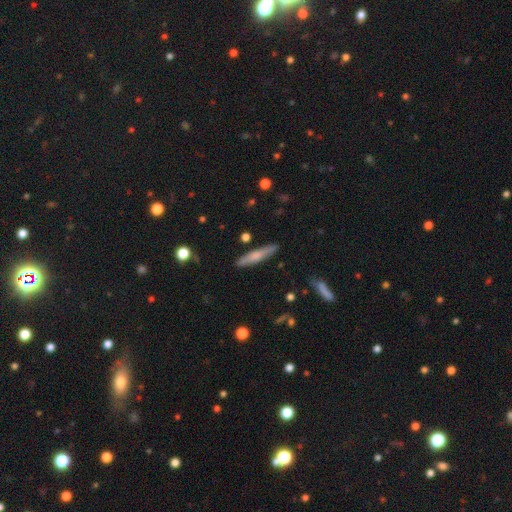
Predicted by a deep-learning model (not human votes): Smooth or featured? smooth (61%)
How rounded? cigar-shaped (89%)
Merging? none (88%)